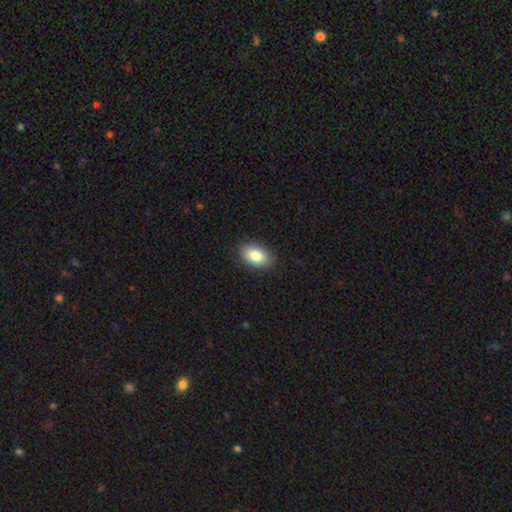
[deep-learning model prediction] Q: Smooth or featured?
A: smooth (84%); runner-up: featured or disk (9%)
Q: How rounded?
A: in between (90%); runner-up: round (9%)
Q: Merging?
A: none (88%); runner-up: minor disturbance (9%)